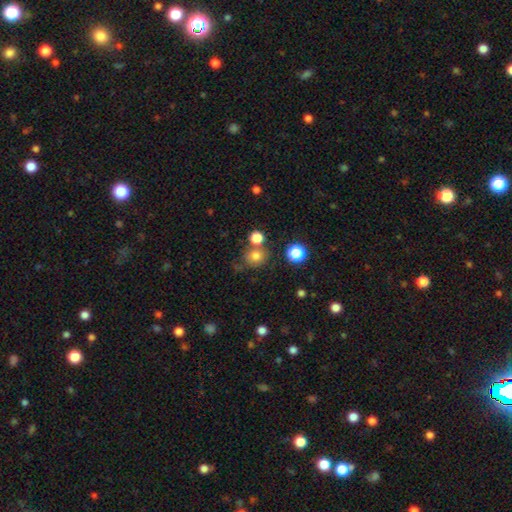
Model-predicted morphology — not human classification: Smooth or featured? smooth (75%)
How rounded? round (79%)
Merging? none (64%)